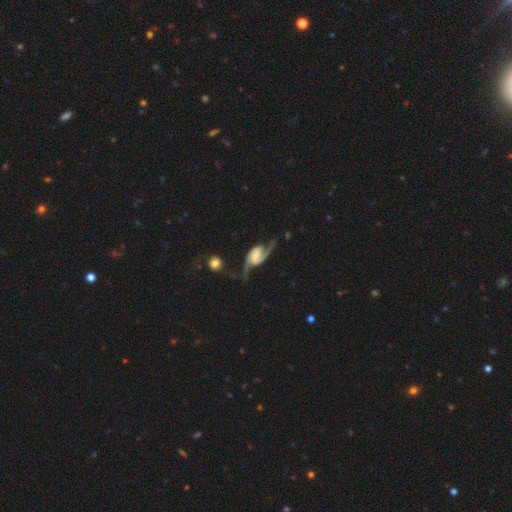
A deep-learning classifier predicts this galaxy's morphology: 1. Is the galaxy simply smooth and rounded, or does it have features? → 87% featured or disk, 8% smooth, 5% star or artifact.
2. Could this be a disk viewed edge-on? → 97% no, 3% yes.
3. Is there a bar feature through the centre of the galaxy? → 41% weak, 39% no, 21% strong.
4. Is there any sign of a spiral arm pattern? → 97% yes, 3% no.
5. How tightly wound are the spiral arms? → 44% medium, 42% loose, 14% tight.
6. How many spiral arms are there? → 88% 2, 6% 1, 3% can't tell, 2% 3, 1% 4, 1% more than 4.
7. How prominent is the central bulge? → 37% small, 27% none, 22% moderate, 11% large, 3% dominant.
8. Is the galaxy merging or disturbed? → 50% none, 23% major disturbance, 21% minor disturbance, 6% merger.